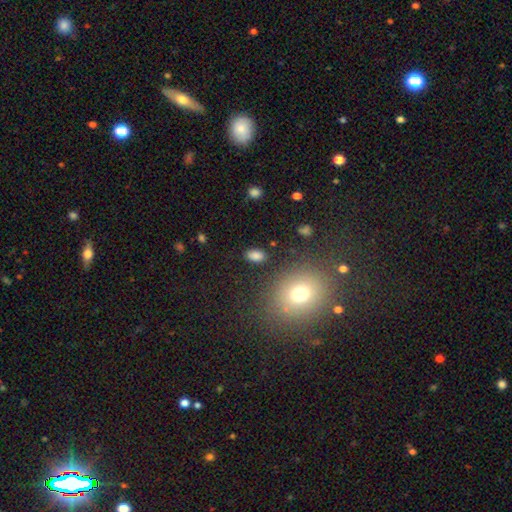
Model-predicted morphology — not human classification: smooth-or-featured: smooth: 83% | star or artifact: 12% | featured or disk: 5%
  how-rounded: in between: 88% | round: 9% | cigar-shaped: 2%
  merging: none: 86% | minor disturbance: 9% | major disturbance: 3% | merger: 2%